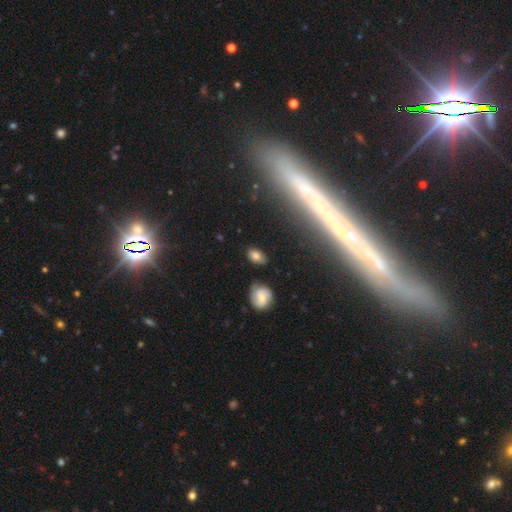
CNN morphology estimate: Overall: smooth (70%). How rounded: in between (85%). Merging: none (78%).